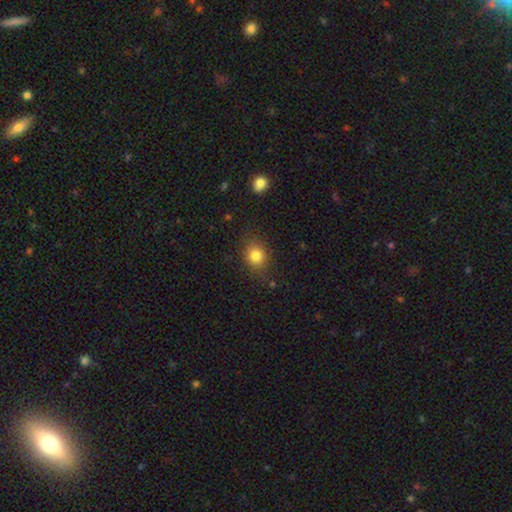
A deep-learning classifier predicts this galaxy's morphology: smooth-or-featured: smooth: 83% | star or artifact: 11% | featured or disk: 6%
  how-rounded: round: 73% | in between: 26% | cigar-shaped: 1%
  merging: none: 80% | minor disturbance: 14% | major disturbance: 4% | merger: 2%